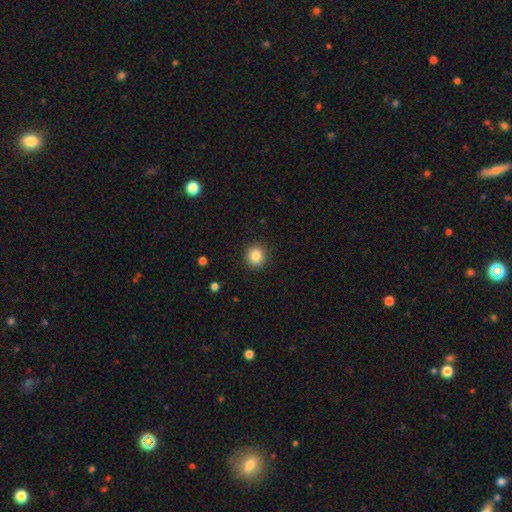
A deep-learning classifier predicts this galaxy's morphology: The model was most divided on "smooth or featured": smooth: 84%, star or artifact: 11%, featured or disk: 5%. More confident: how rounded — round (93%); merging — none (91%).